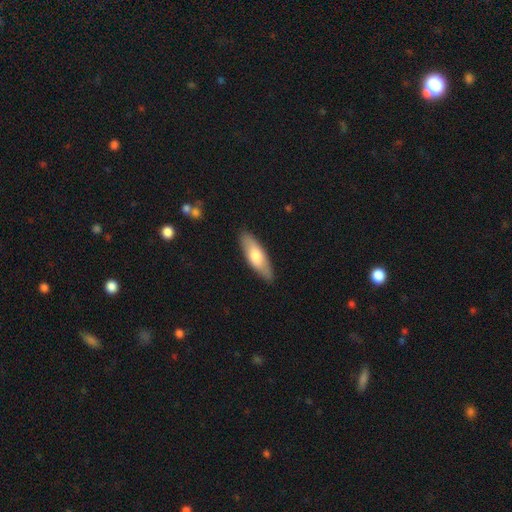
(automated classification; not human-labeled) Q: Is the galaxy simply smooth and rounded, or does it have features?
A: smooth — 69%.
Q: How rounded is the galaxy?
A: in between — 55%.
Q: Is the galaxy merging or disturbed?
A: none — 87%.